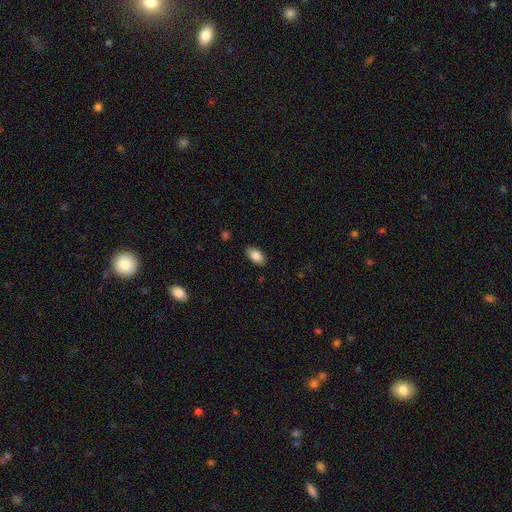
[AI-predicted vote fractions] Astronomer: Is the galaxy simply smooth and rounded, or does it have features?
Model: smooth — 85%.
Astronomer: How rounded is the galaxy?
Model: in between — 93%.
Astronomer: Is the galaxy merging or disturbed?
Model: none — 87%.